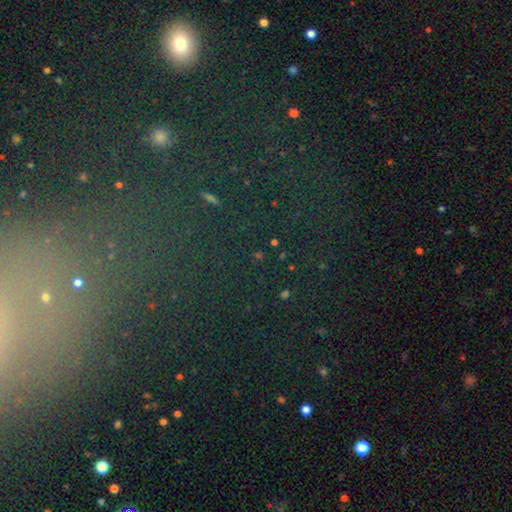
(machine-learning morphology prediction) Smooth or featured? Predicted: star or artifact (p=0.74).